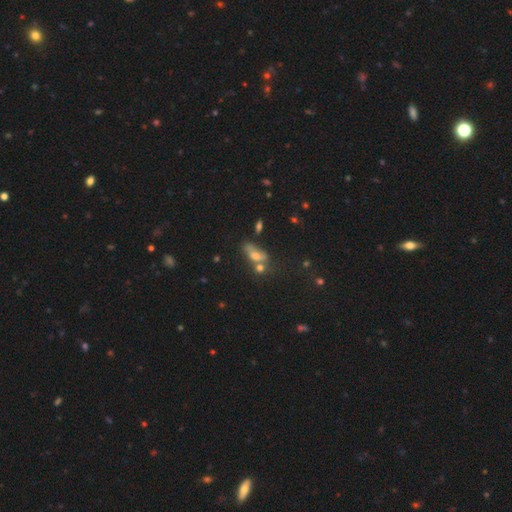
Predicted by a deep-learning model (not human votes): A smooth galaxy with no disk features (54%) that is in between round and cigar-shaped (68%).

Vote fractions:
- Smooth or featured? smooth: 54% / featured or disk: 25% / star or artifact: 21%
- How rounded? in between: 68% / cigar-shaped: 17% / round: 15%
- Merging? none: 38% / merger: 34% / minor disturbance: 16% / major disturbance: 12%